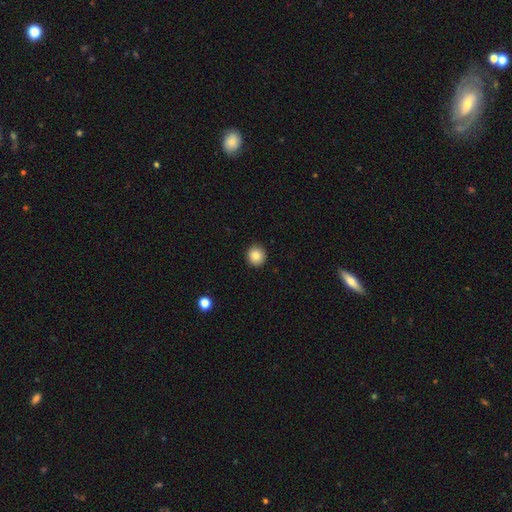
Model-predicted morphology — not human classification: Overall: smooth (86%). How rounded: round (93%). Merging: none (92%).